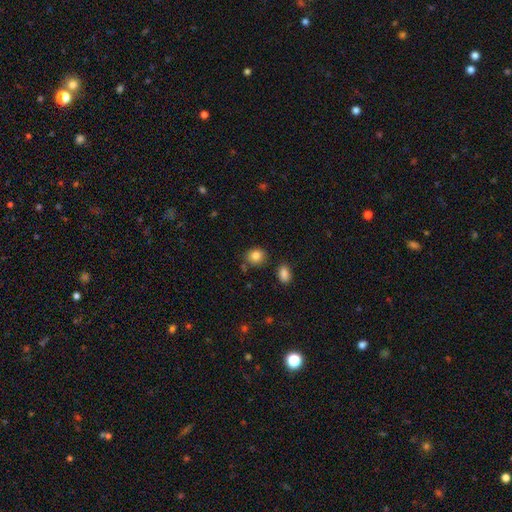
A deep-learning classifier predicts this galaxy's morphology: Smooth or featured?
  - smooth: 84% *
  - star or artifact: 10%
  - featured or disk: 6%
How rounded?
  - round: 72% *
  - in between: 27%
  - cigar-shaped: 1%
Merging?
  - none: 80% *
  - minor disturbance: 11%
  - merger: 6%
  - major disturbance: 3%